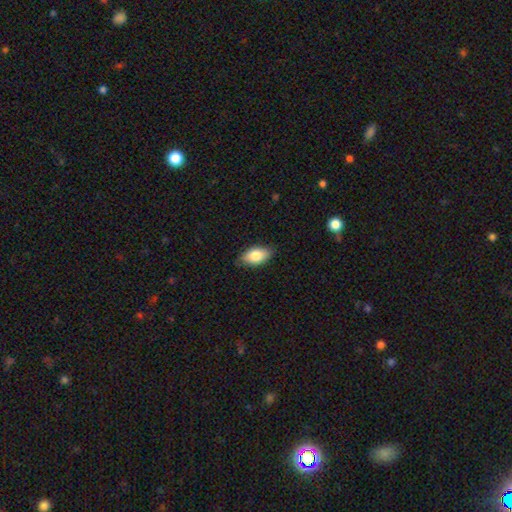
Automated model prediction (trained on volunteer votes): smooth-or-featured: smooth: 81% | featured or disk: 12% | star or artifact: 7%
  how-rounded: in between: 92% | round: 5% | cigar-shaped: 3%
  merging: none: 83% | minor disturbance: 14% | major disturbance: 2% | merger: 1%